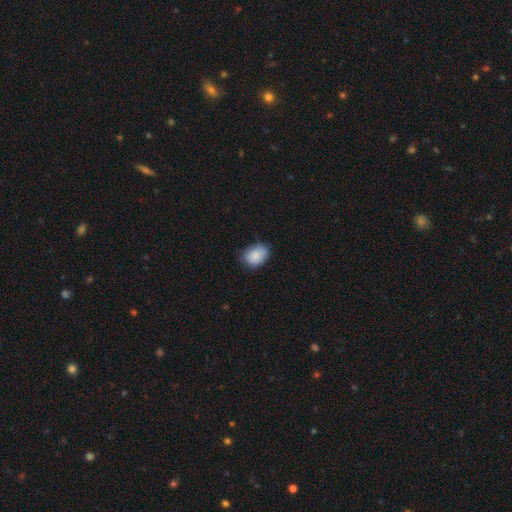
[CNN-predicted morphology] This appears to be a smooth galaxy with no disk features (87%) that is in between round and cigar-shaped (66%). Merging: none (72%).